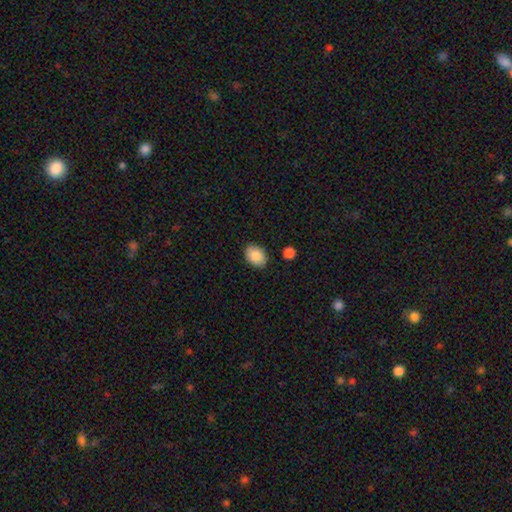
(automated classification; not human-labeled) Smooth or featured? Predicted: smooth (p=0.87). How rounded? Predicted: in between (p=0.80). Merging? Predicted: none (p=0.86).